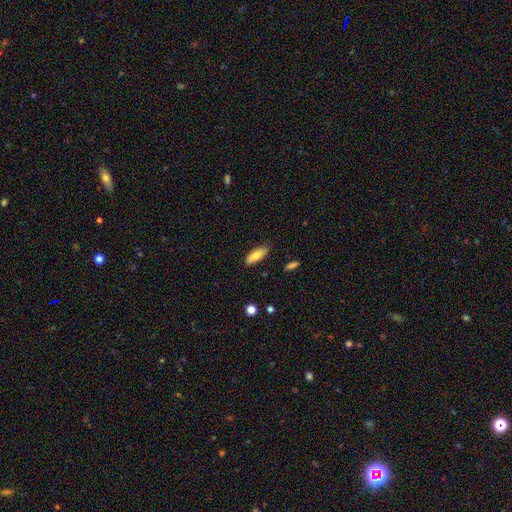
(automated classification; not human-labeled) Q: Smooth or featured?
A: smooth (81%); runner-up: featured or disk (12%)
Q: How rounded?
A: in between (71%); runner-up: cigar-shaped (27%)
Q: Merging?
A: none (83%); runner-up: minor disturbance (13%)